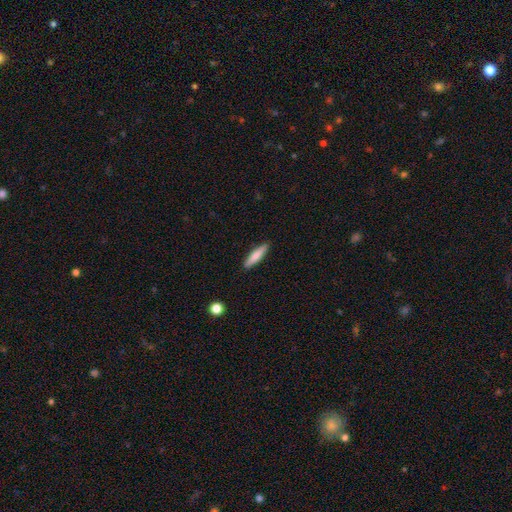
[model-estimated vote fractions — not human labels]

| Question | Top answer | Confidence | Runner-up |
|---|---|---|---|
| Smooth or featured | smooth | 77% | featured or disk (18%) |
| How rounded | cigar-shaped | 81% | in between (17%) |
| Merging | none | 90% | minor disturbance (8%) |